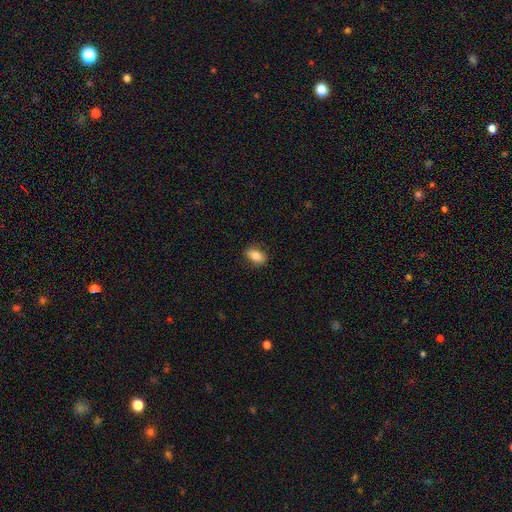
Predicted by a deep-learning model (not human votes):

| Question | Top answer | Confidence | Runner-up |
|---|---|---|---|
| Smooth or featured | smooth | 83% | featured or disk (9%) |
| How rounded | in between | 87% | round (10%) |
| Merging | none | 84% | minor disturbance (12%) |